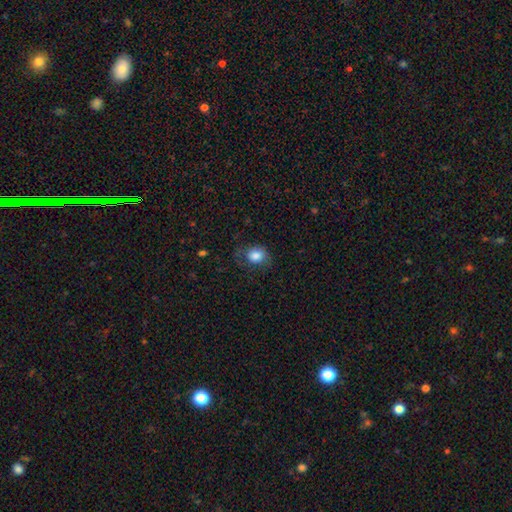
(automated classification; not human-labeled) A smooth galaxy with no disk features (83%) that is round (53%).

Vote fractions:
- Smooth or featured? smooth: 83% / star or artifact: 9% / featured or disk: 8%
- How rounded? round: 53% / in between: 46% / cigar-shaped: 1%
- Merging? none: 64% / minor disturbance: 23% / major disturbance: 12% / merger: 1%